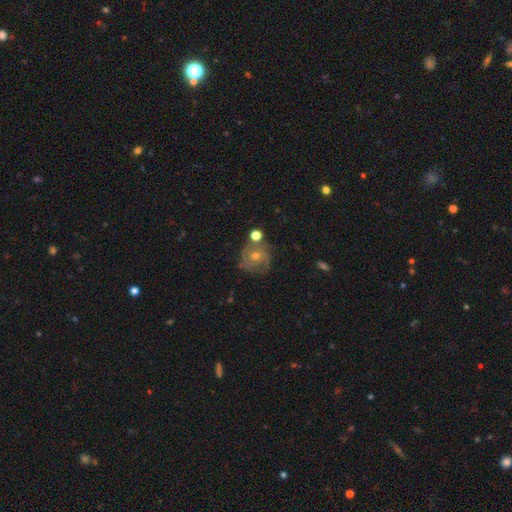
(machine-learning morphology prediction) Smooth or featured? featured or disk (69%)
Edge-on disk? no (97%)
Bar? no (71%)
Spiral arms? yes (89%)
Spiral winding? tight (53%)
Spiral arm count? 2 (29%)
Bulge size? moderate (51%)
Merging? none (70%)